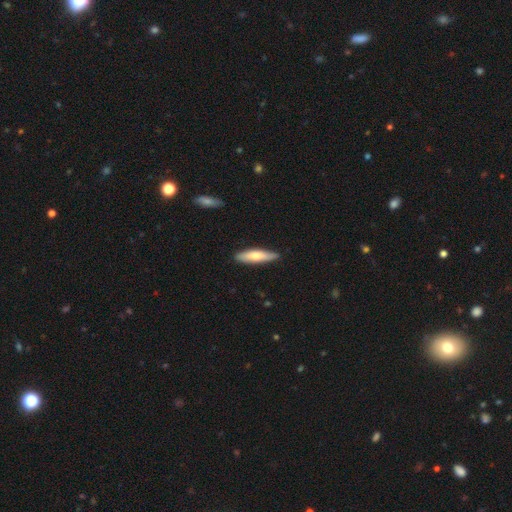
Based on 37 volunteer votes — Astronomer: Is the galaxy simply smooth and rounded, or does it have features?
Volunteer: smooth — 68%.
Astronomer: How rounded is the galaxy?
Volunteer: cigar-shaped — 68%.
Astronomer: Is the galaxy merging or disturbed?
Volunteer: none — 94%.